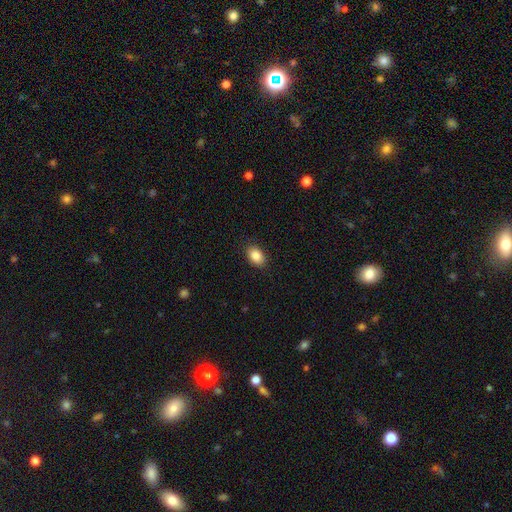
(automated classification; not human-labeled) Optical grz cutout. It shows a smooth galaxy with no disk features (88%) that is in between round and cigar-shaped (84%). Merging: none (88%).